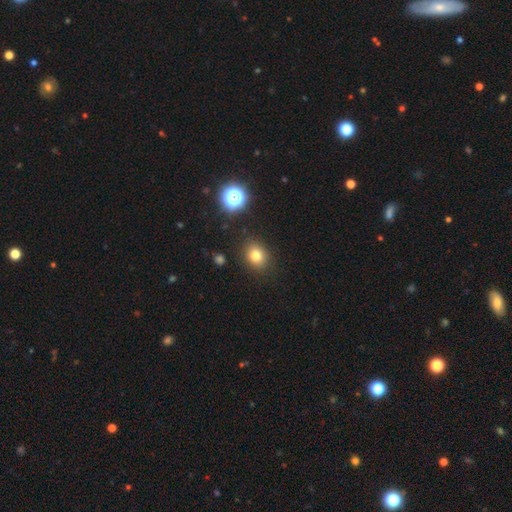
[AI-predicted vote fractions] smooth-or-featured: smooth: 78% | star or artifact: 14% | featured or disk: 8%
  how-rounded: round: 64% | in between: 35% | cigar-shaped: 1%
  merging: none: 87% | minor disturbance: 8% | major disturbance: 3% | merger: 2%